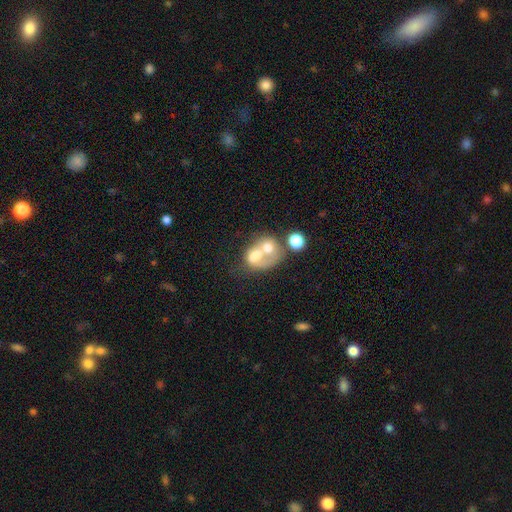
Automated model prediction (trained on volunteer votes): A smooth galaxy with no disk features (54%) that is in between round and cigar-shaped (56%). Merging: merger (68%).